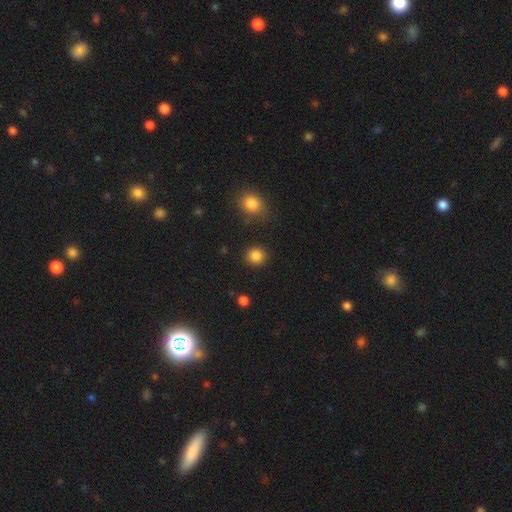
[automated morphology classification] A smooth galaxy with no disk features (86%) that is round (87%). Merging: none (90%).